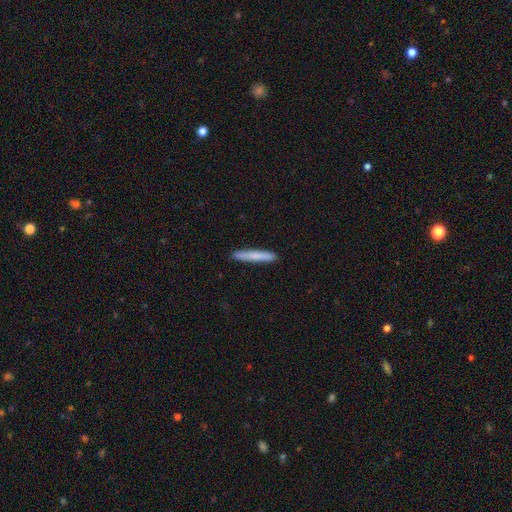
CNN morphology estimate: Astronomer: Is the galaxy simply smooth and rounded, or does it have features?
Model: smooth — 76%.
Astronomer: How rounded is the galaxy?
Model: cigar-shaped — 96%.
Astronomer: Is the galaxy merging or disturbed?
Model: none — 91%.